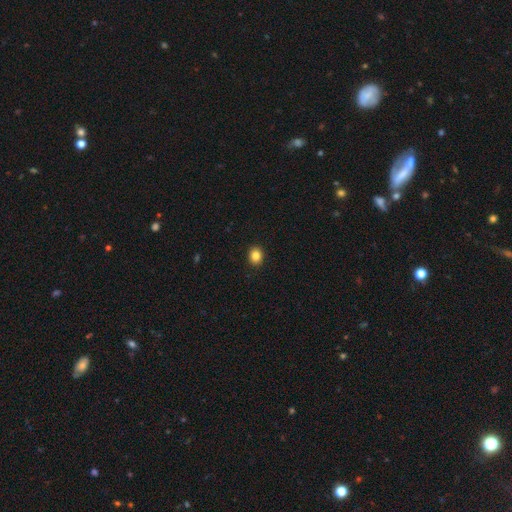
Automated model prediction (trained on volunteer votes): A smooth galaxy with no disk features (84%) that is round (69%). Merging: none (92%).